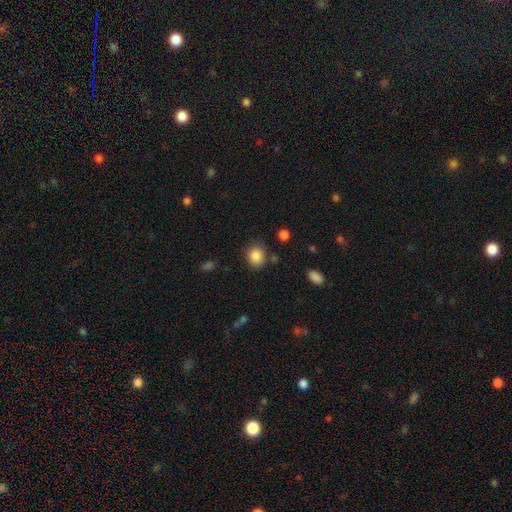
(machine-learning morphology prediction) Smooth or featured? smooth (85%)
How rounded? round (69%)
Merging? none (81%)